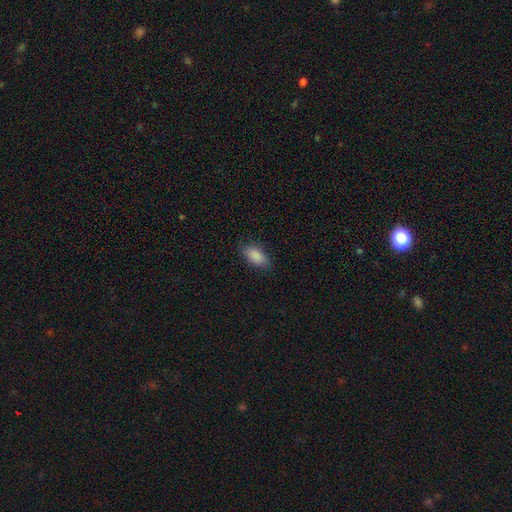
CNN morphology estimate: This appears to be a smooth galaxy with no disk features (88%) that is in between round and cigar-shaped (91%). Merging: none (81%).